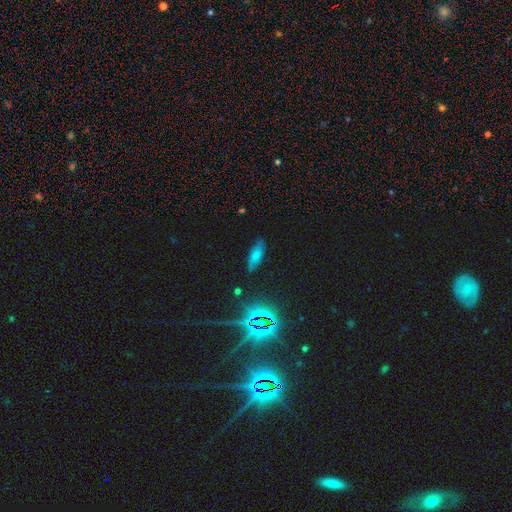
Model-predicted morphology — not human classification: smooth-or-featured: smooth: 41% | star or artifact: 37% | featured or disk: 23%
  merging: none: 84% | minor disturbance: 11% | major disturbance: 3% | merger: 2%